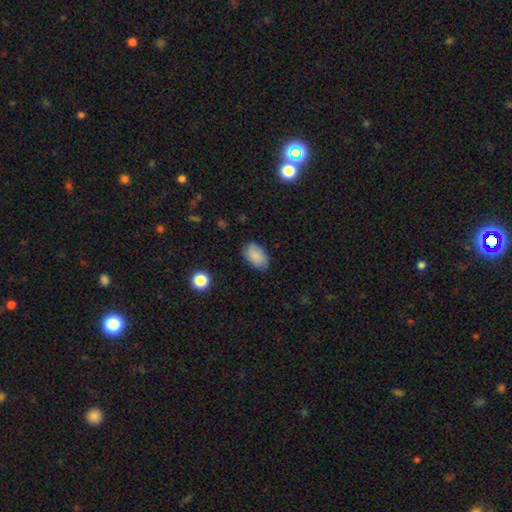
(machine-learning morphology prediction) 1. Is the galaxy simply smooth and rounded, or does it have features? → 86% smooth, 7% featured or disk, 7% star or artifact.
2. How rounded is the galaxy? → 92% in between, 7% round, 1% cigar-shaped.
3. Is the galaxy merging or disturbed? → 82% none, 14% minor disturbance, 3% major disturbance, 1% merger.